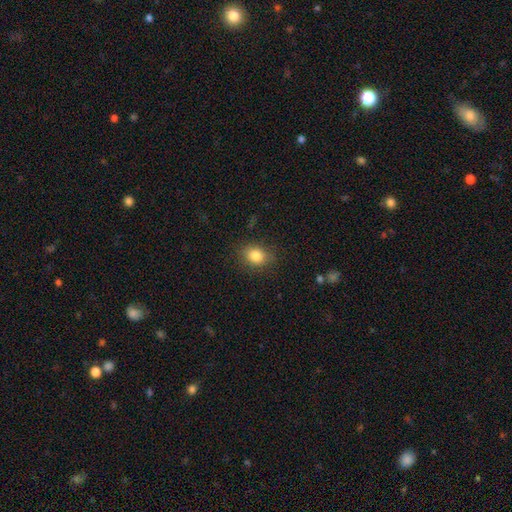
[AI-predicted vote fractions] Smooth or featured?
  - smooth: 83% *
  - star or artifact: 10%
  - featured or disk: 7%
How rounded?
  - in between: 54% *
  - round: 45%
  - cigar-shaped: 1%
Merging?
  - none: 82% *
  - minor disturbance: 13%
  - major disturbance: 4%
  - merger: 1%